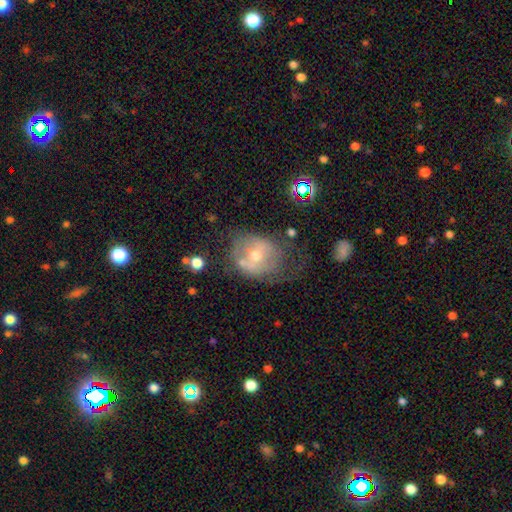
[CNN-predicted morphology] Smooth or featured? Predicted: featured or disk (p=0.48). Merging? Predicted: none (p=0.35).